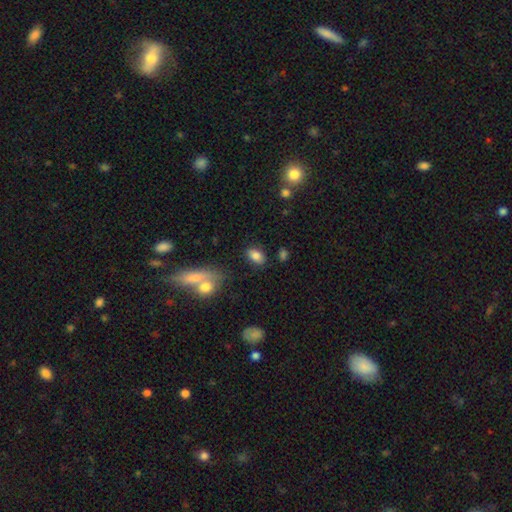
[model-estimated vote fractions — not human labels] This is clearly a smooth galaxy (83%). How rounded: clearly in between (88%). Merging: clearly none (80%).